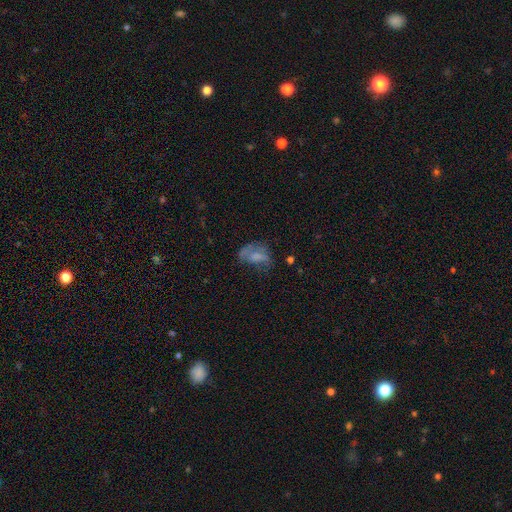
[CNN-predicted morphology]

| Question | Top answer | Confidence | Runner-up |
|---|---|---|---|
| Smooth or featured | smooth | 48% | featured or disk (38%) |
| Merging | major disturbance | 37% | none (33%) |